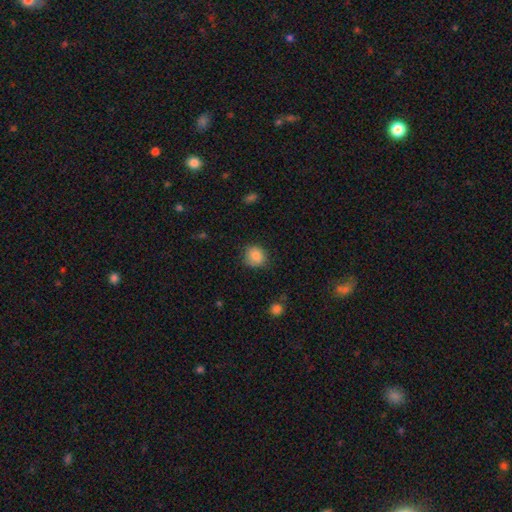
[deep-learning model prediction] Morphology: type=smooth (84%); roundness=round (84%); merging=none (79%).